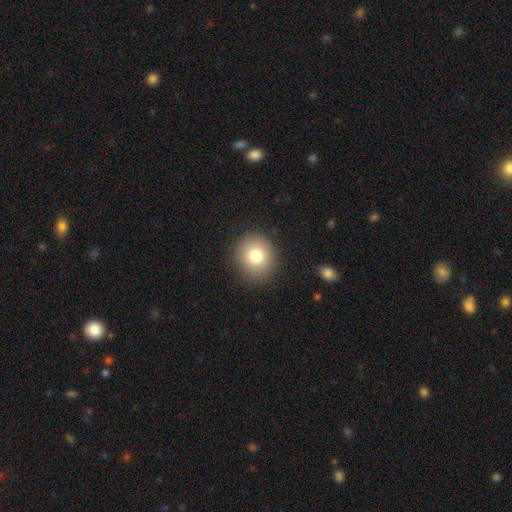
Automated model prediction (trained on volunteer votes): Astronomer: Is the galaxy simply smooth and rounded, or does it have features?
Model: smooth — 79%.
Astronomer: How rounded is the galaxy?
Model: round — 80%.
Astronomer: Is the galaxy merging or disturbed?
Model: none — 89%.